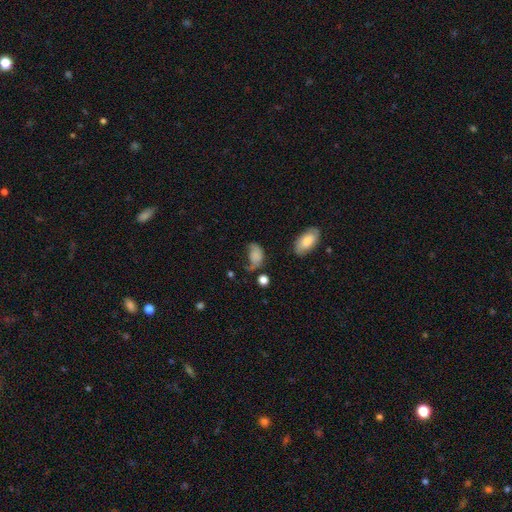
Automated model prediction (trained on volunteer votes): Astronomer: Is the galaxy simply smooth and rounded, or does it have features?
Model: smooth — 74%.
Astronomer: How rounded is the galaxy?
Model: in between — 85%.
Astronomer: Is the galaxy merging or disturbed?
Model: major disturbance — 36% (runner-up: minor disturbance, 30%).